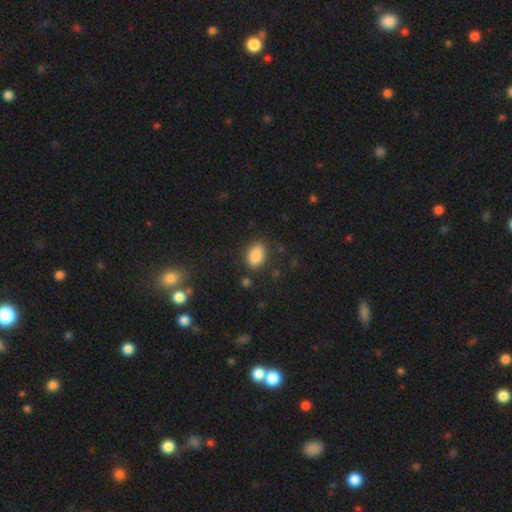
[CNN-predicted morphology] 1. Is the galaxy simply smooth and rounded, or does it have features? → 87% smooth, 9% star or artifact, 5% featured or disk.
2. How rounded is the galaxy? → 90% in between, 8% round, 2% cigar-shaped.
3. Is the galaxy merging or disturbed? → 79% none, 15% minor disturbance, 4% major disturbance, 2% merger.